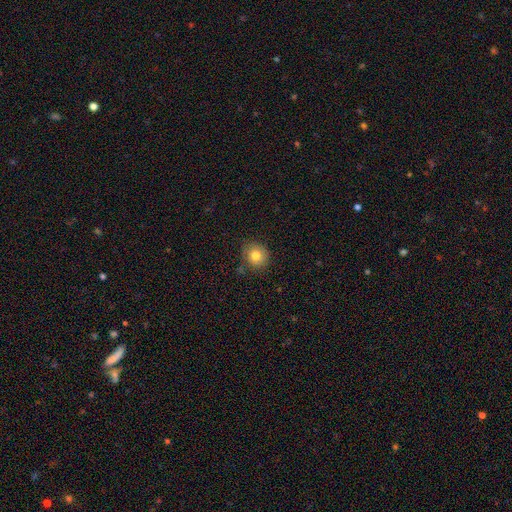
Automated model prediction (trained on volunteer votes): Smooth or featured? Predicted: smooth (p=0.79). How rounded? Predicted: round (p=0.86). Merging? Predicted: none (p=0.83).